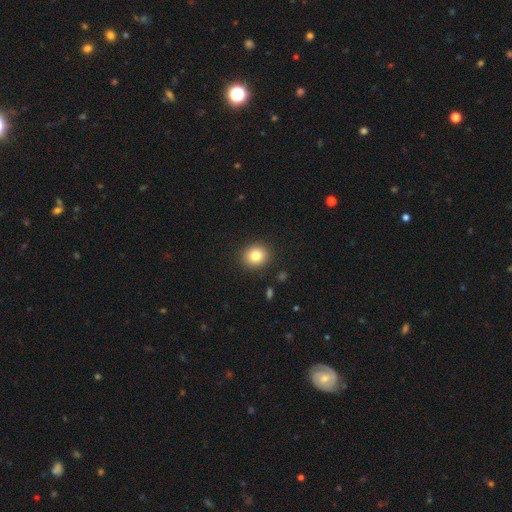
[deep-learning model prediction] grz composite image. It shows a smooth galaxy with no disk features (82%) that is round (79%). Merging: none (90%).